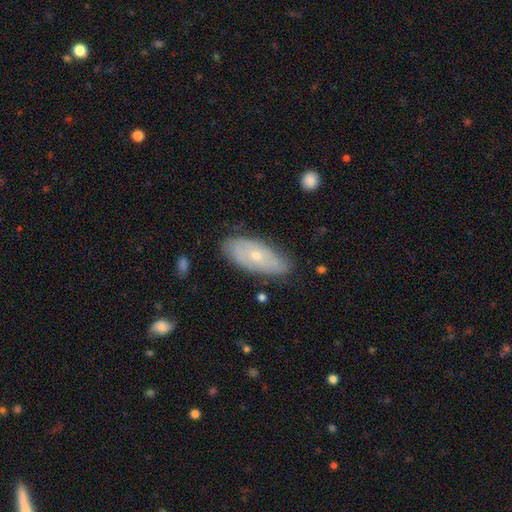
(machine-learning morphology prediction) smooth-or-featured: featured or disk: 53% | smooth: 40% | star or artifact: 7%
  disk-edge-on: no: 83% | yes: 17%
  merging: none: 76% | minor disturbance: 19% | major disturbance: 3% | merger: 1%